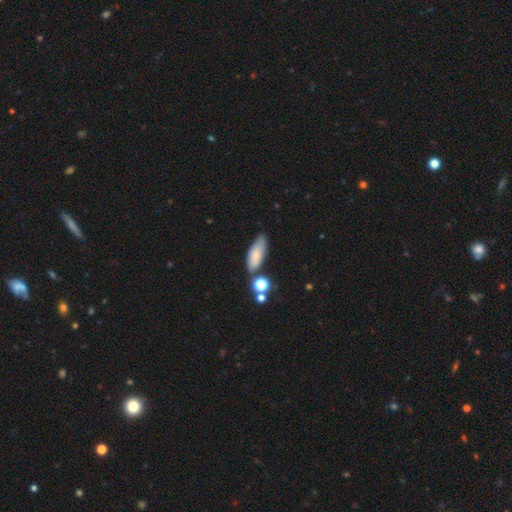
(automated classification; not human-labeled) This appears to be a smooth galaxy with no disk features (77%) that is in between round and cigar-shaped (70%). Merging: none (65%).